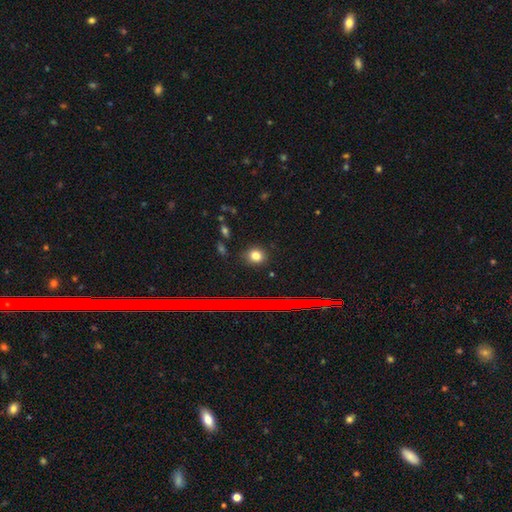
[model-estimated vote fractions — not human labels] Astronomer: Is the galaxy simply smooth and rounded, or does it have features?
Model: smooth — 80%.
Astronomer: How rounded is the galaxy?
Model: round — 81%.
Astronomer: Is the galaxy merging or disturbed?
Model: none — 88%.